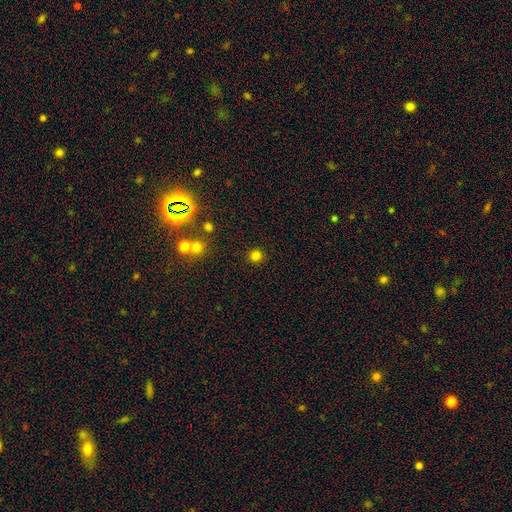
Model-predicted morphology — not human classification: Q: Smooth or featured?
A: smooth (79%); runner-up: star or artifact (16%)
Q: How rounded?
A: round (93%); runner-up: in between (6%)
Q: Merging?
A: none (89%); runner-up: minor disturbance (5%)